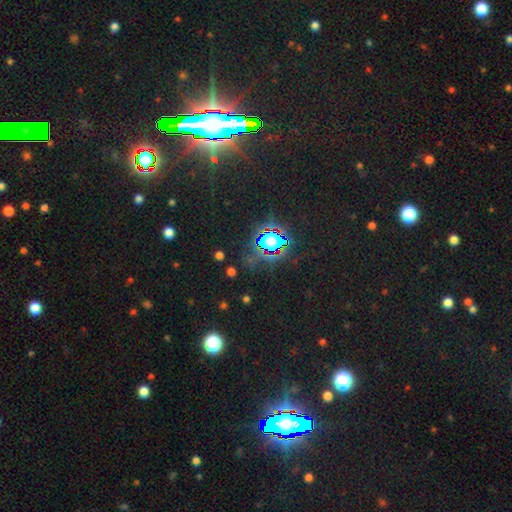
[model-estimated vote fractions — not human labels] Smooth or featured?
  - star or artifact: 83% *
  - smooth: 10%
  - featured or disk: 7%